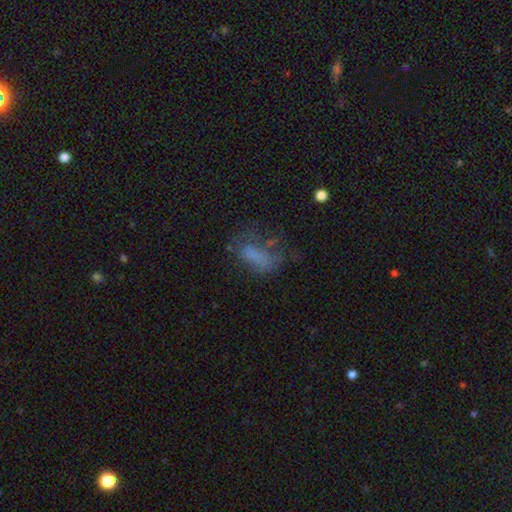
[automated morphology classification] Smooth or featured? Predicted: smooth (p=0.53). How rounded? Predicted: in between (p=0.80). Merging? Predicted: major disturbance (p=0.38).